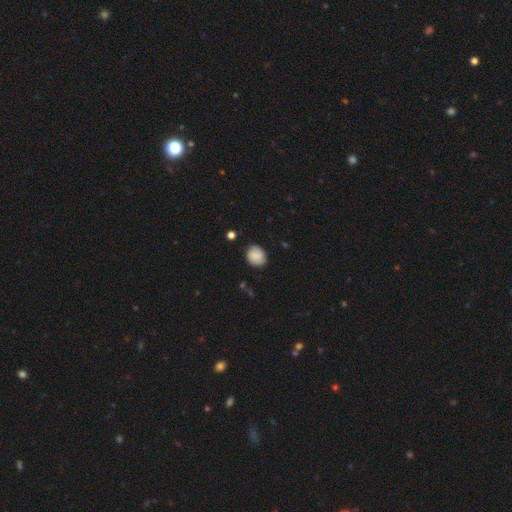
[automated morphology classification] Overall: smooth (83%). How rounded: round (73%). Merging: none (78%).